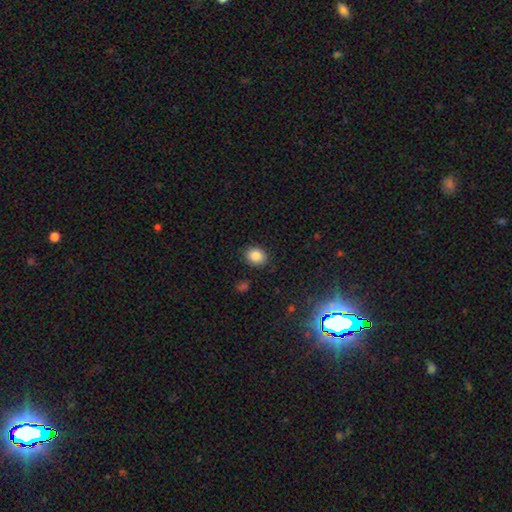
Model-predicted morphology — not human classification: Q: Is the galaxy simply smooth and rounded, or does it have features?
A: smooth — 86%.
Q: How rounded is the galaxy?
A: round — 53%.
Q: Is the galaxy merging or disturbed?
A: none — 87%.